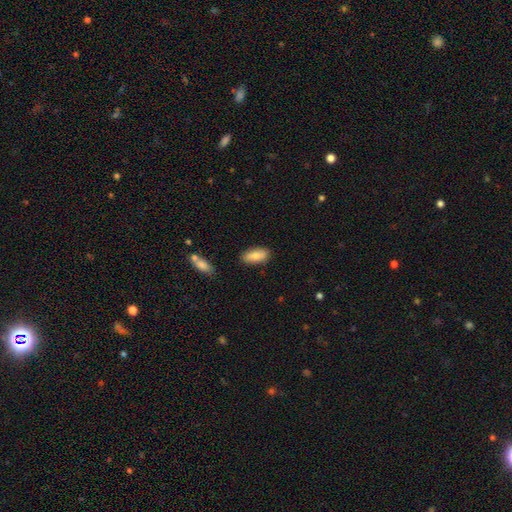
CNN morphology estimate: A smooth galaxy with no disk features (83%) that is in between round and cigar-shaped (84%).

Vote fractions:
- Smooth or featured? smooth: 83% / featured or disk: 11% / star or artifact: 6%
- How rounded? in between: 84% / cigar-shaped: 14% / round: 2%
- Merging? none: 85% / minor disturbance: 11% / major disturbance: 2% / merger: 2%